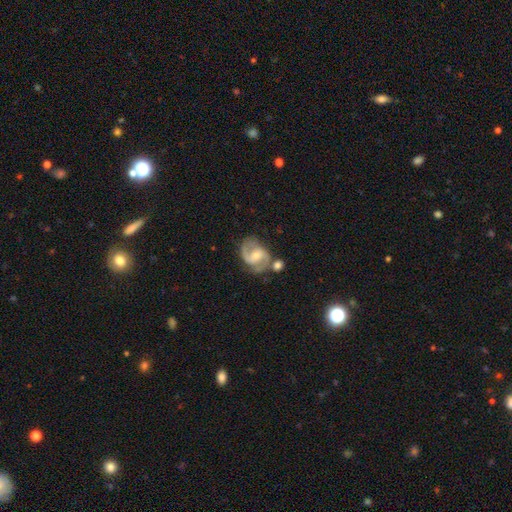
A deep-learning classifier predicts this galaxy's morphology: This appears to be a featured or disk galaxy (83%) with a weak bar (47%), 2 (88%) medium (56%) spiral arms (95%) and a small central bulge (51%). Merging: none (58%).